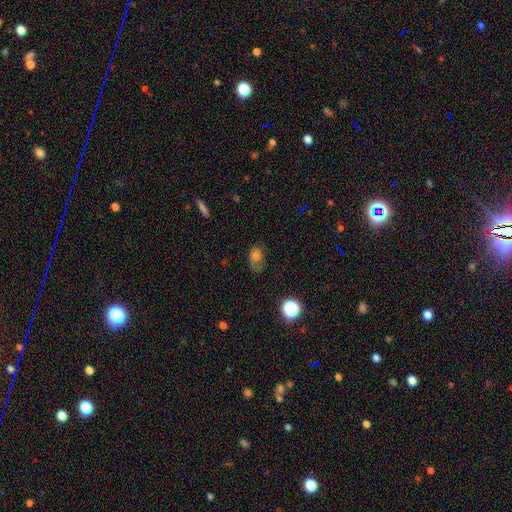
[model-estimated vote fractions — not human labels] Q: Smooth or featured?
A: smooth (53%); runner-up: featured or disk (29%)
Q: How rounded?
A: in between (75%); runner-up: round (22%)
Q: Merging?
A: none (52%); runner-up: minor disturbance (27%)